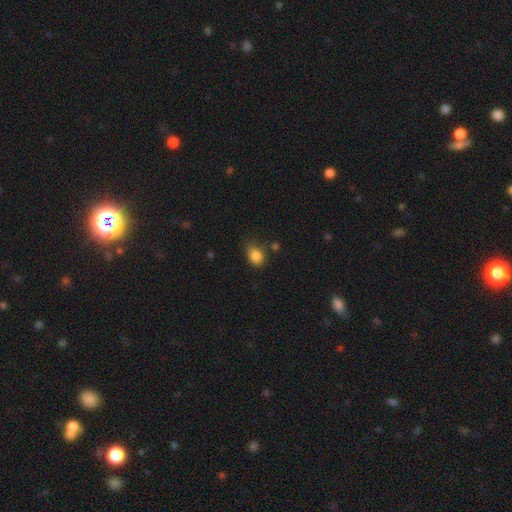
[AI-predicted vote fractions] smooth 84%, star or artifact 11%, featured or disk 5%. Down the decision tree: how rounded — in between (55%); merging — none (60%).